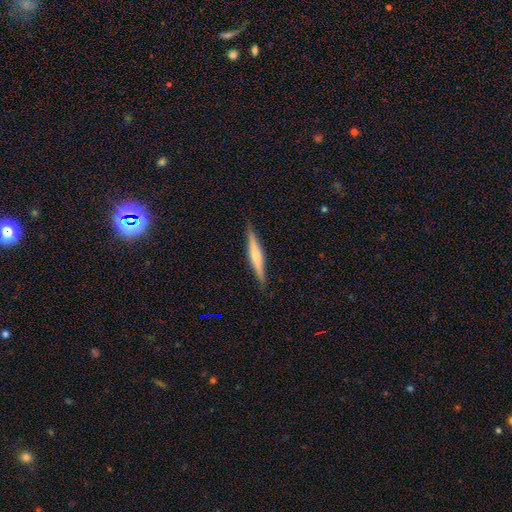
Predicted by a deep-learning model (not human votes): Smooth or featured: featured or disk — 53% (smooth — 41%)
Edge-on disk: yes — 97% (no — 3%)
Edge-on bulge: rounded — 56% (none — 28%)
Merging: none — 90% (minor disturbance — 8%)